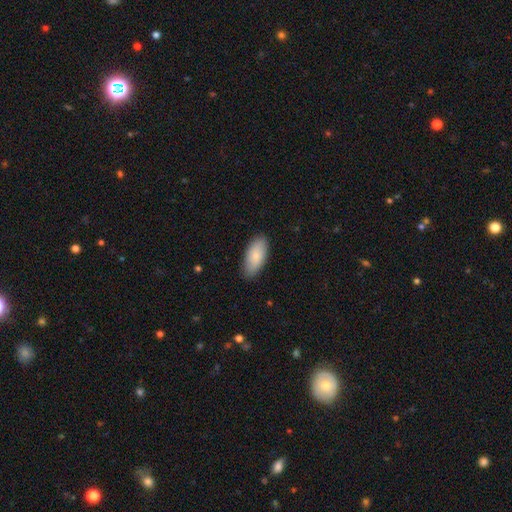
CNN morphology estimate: A smooth galaxy with no disk features (82%) that is in between round and cigar-shaped (89%). Merging: none (85%).